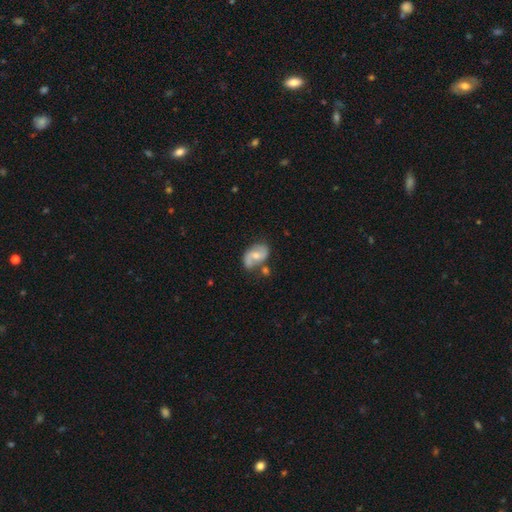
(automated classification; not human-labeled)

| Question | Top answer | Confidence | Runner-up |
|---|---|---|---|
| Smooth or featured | featured or disk | 64% | smooth (29%) |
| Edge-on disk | no | 97% | yes (3%) |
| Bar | no | 46% | weak (42%) |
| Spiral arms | yes | 87% | no (13%) |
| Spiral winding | loose | 43% | medium (42%) |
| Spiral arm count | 2 | 87% | can't tell (7%) |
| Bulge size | moderate | 57% | small (36%) |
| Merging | none | 59% | minor disturbance (20%) |